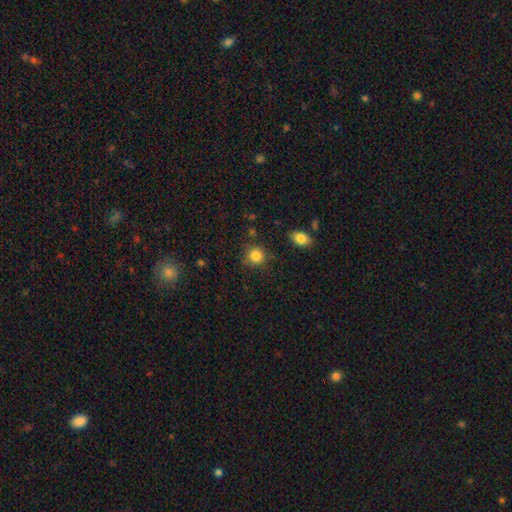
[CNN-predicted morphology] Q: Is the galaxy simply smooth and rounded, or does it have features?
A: smooth — 85%.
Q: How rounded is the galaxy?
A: round — 88%.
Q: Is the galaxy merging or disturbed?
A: none — 81%.